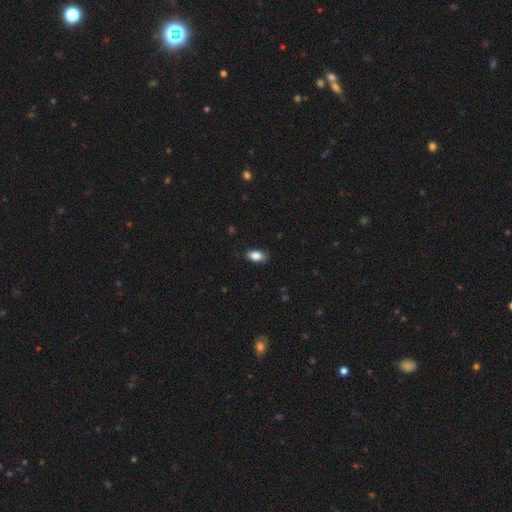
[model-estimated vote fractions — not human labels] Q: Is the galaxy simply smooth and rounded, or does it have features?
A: smooth — 86%.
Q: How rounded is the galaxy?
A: in between — 91%.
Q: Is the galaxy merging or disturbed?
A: none — 83%.